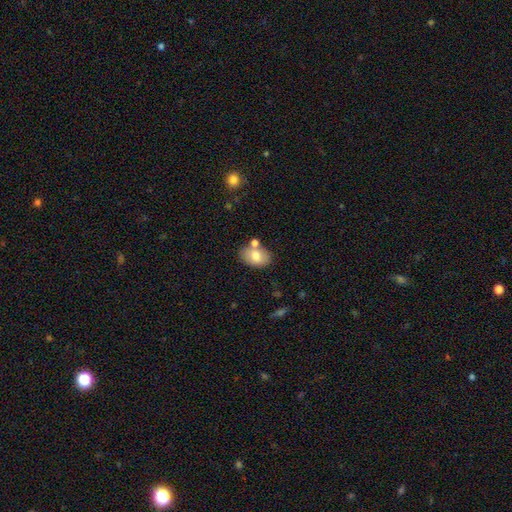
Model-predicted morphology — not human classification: Smooth or featured?
  - smooth: 72% *
  - featured or disk: 20%
  - star or artifact: 8%
How rounded?
  - in between: 84% *
  - round: 15%
  - cigar-shaped: 1%
Merging?
  - none: 69% *
  - minor disturbance: 14%
  - merger: 14%
  - major disturbance: 3%